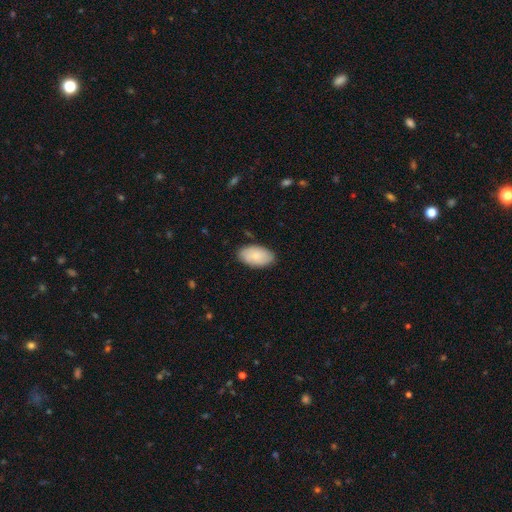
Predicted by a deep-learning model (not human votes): This appears to be a smooth galaxy with no disk features (80%) that is in between round and cigar-shaped (95%). Merging: none (85%).